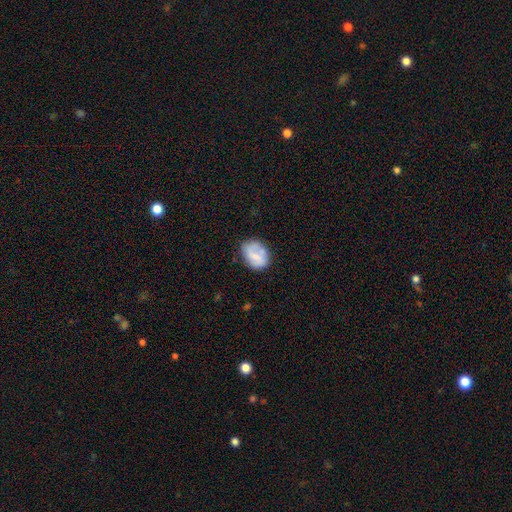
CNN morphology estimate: smooth_or_featured: smooth (p=0.65) [alt: featured or disk p=0.27]
how_rounded: in between (p=0.63) [alt: round p=0.36]
merging: none (p=0.62) [alt: minor disturbance p=0.26]